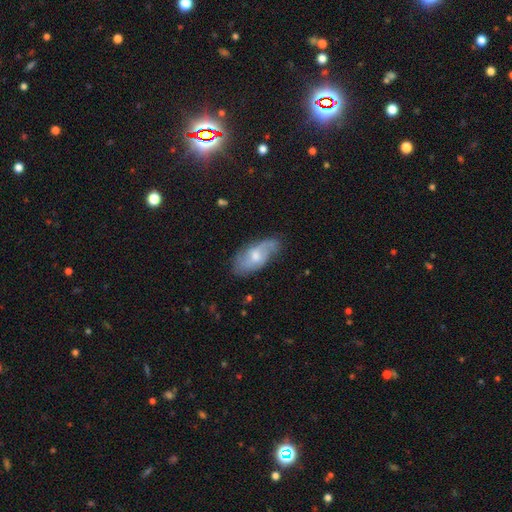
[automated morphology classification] smooth_or_featured: featured or disk (p=0.59) [alt: smooth p=0.34]
disk_edge_on: no (p=0.91) [alt: yes p=0.09]
bar: no (p=0.52) [alt: weak p=0.42]
has_spiral_arms: yes (p=0.82) [alt: no p=0.18]
bulge_size: moderate (p=0.55) [alt: small p=0.36]
merging: none (p=0.64) [alt: minor disturbance p=0.26]